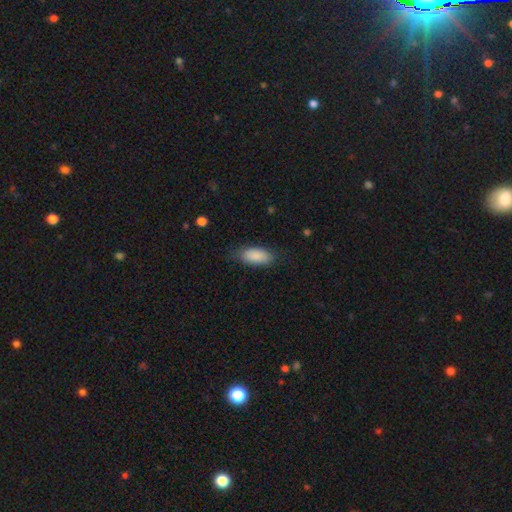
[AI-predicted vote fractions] smooth 88%, star or artifact 6%, featured or disk 5%. Down the decision tree: how rounded — in between (89%); merging — none (78%).